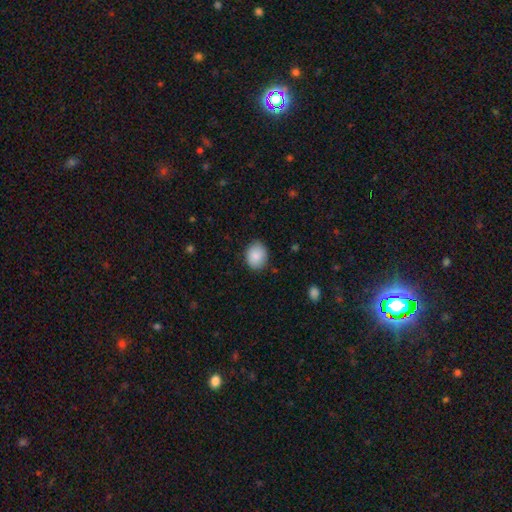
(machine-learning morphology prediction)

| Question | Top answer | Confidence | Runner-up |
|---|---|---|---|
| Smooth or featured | smooth | 87% | star or artifact (7%) |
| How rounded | in between | 54% | round (45%) |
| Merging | none | 83% | minor disturbance (13%) |